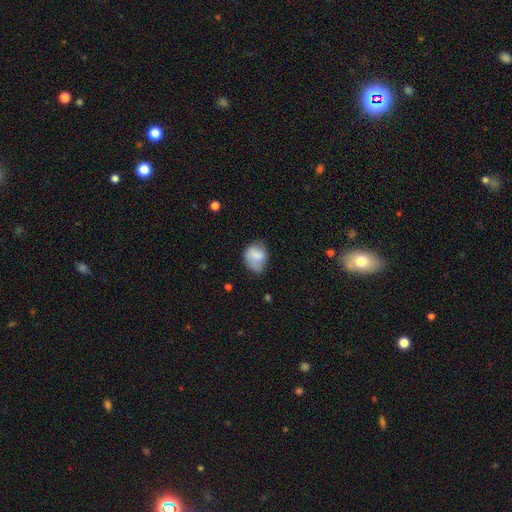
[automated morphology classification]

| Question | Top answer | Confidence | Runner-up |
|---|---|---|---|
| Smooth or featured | smooth | 72% | featured or disk (20%) |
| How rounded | in between | 59% | round (40%) |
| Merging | none | 45% | minor disturbance (37%) |